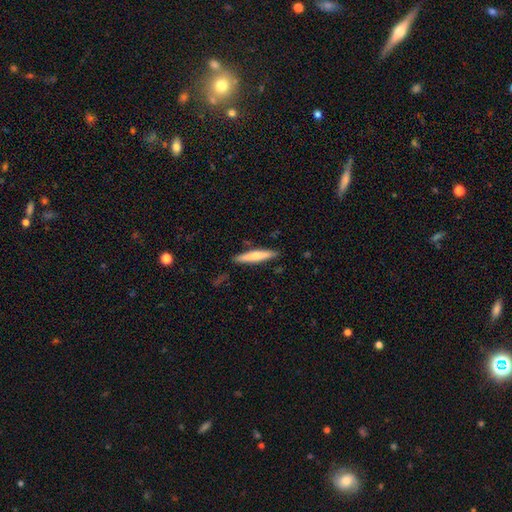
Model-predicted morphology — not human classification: type=smooth (63%); roundness=cigar-shaped (91%); merging=none (88%).